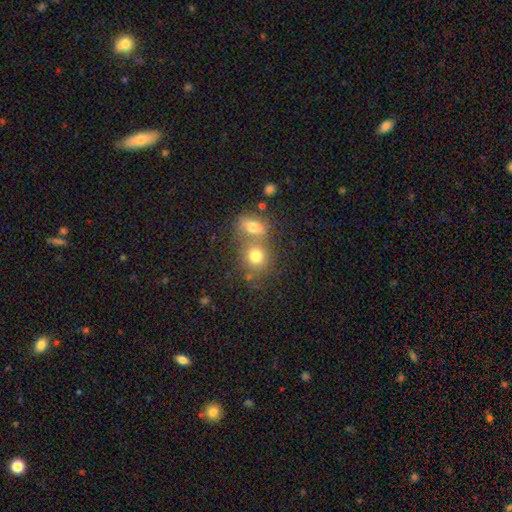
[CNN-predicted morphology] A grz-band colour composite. It shows a smooth galaxy with no disk features (77%) that is round (70%). Merging: merger (45%).